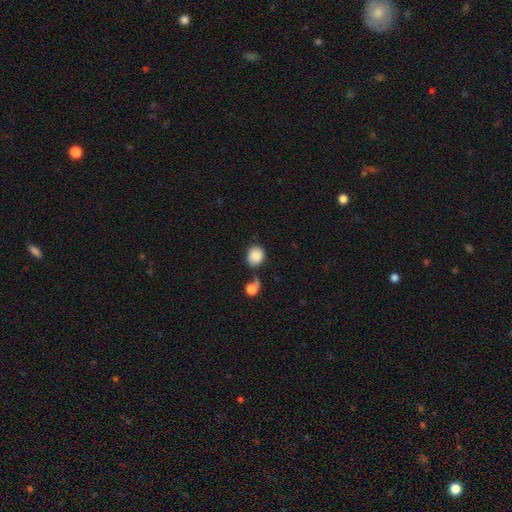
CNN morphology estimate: type=smooth (84%); roundness=round (72%); merging=none (54%).